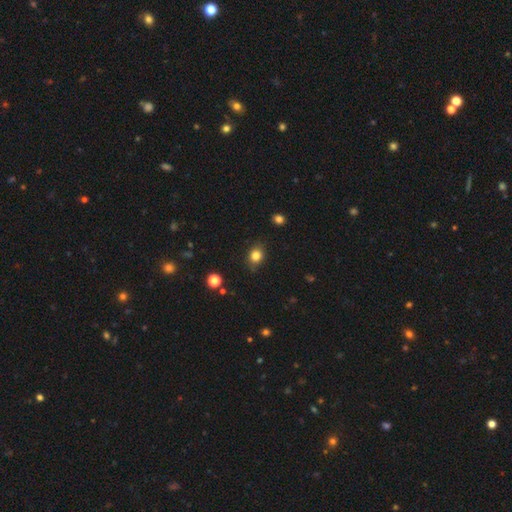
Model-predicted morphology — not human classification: smooth 82%, star or artifact 11%, featured or disk 6%. Down the decision tree: how rounded — round (57%); merging — none (83%).